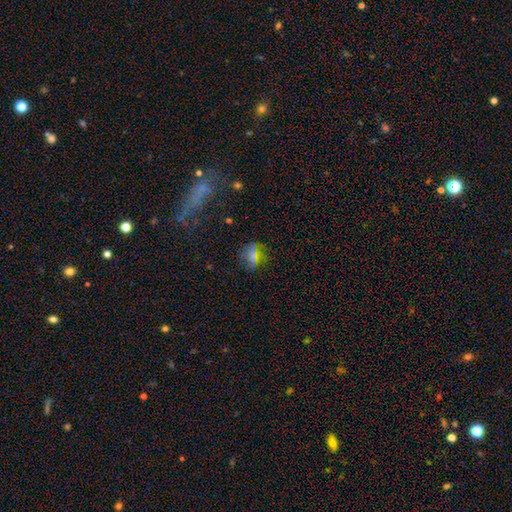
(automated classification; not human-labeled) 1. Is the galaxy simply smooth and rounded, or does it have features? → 56% smooth, 30% star or artifact, 14% featured or disk.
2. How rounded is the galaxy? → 46% round, 43% in between, 11% cigar-shaped.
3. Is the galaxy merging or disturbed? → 80% none, 13% minor disturbance, 5% major disturbance, 2% merger.